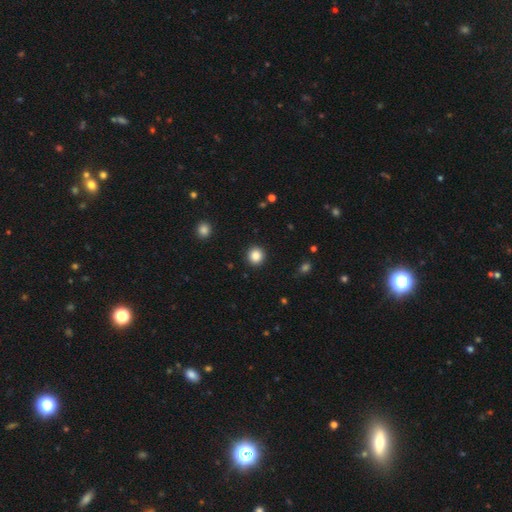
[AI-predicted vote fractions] Overall: smooth (86%). How rounded: round (92%). Merging: none (92%).